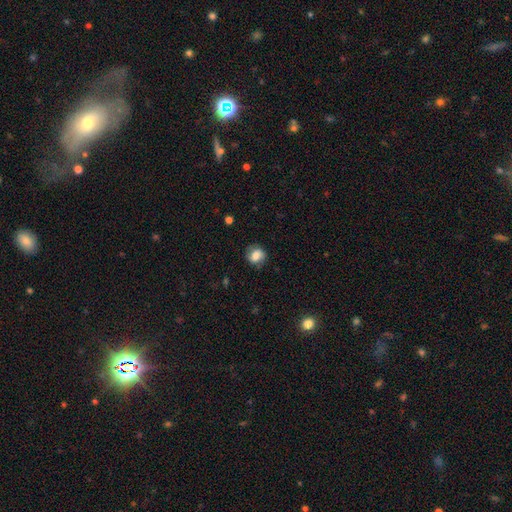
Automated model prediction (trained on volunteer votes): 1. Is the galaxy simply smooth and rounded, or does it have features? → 68% smooth, 22% featured or disk, 10% star or artifact.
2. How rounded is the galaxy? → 71% round, 27% in between, 1% cigar-shaped.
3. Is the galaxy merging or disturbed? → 78% none, 16% minor disturbance, 5% major disturbance, 1% merger.